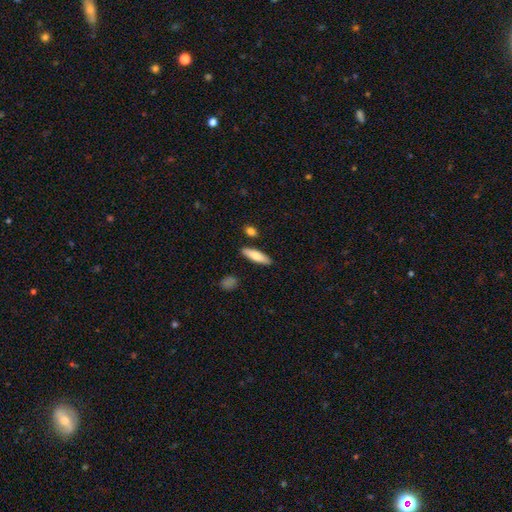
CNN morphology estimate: This is likely a smooth galaxy (77%). How rounded: possibly cigar-shaped (55%). Merging: clearly none (86%).